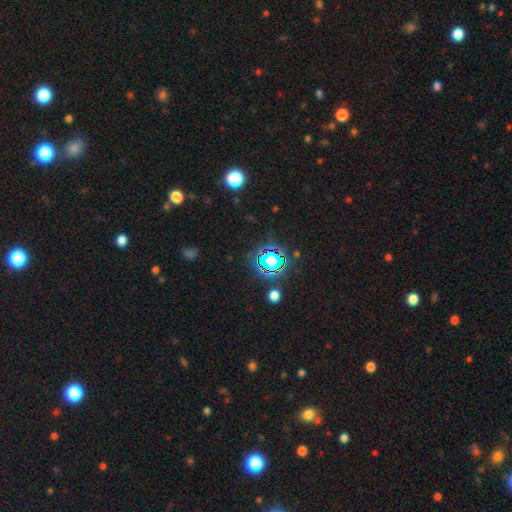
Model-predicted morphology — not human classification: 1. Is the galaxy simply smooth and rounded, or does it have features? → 77% star or artifact, 15% smooth, 8% featured or disk.